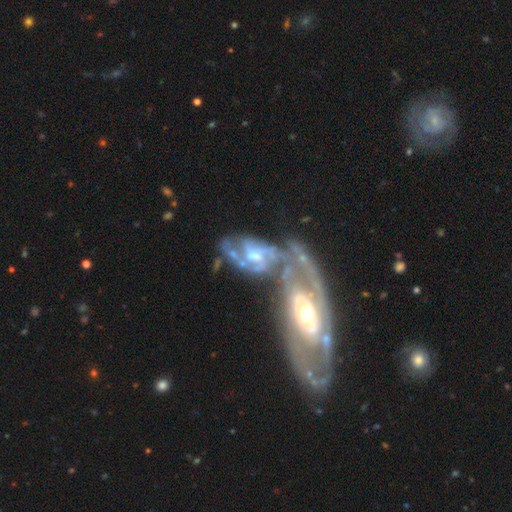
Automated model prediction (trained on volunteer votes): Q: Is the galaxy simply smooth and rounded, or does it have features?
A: featured or disk — 86%.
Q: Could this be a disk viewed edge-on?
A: no — 95%.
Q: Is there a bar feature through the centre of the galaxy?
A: no — 46%.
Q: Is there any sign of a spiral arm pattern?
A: yes — 91%.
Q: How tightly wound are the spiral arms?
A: medium — 46%.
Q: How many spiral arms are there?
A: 2 — 64%.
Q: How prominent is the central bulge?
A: moderate — 49%.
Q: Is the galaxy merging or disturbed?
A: merger — 62%.